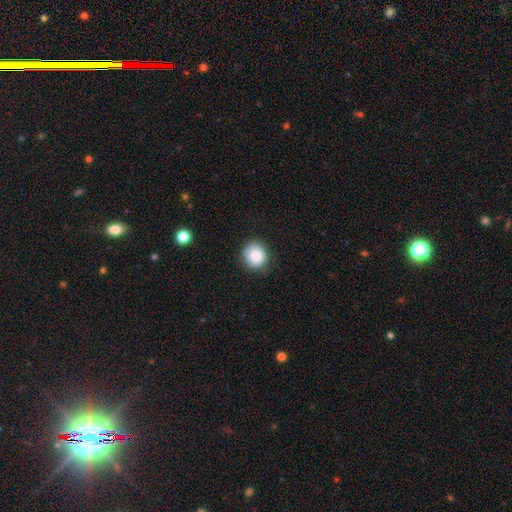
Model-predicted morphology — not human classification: This appears to be a smooth galaxy with no disk features (85%) that is round (89%). Merging: none (84%).